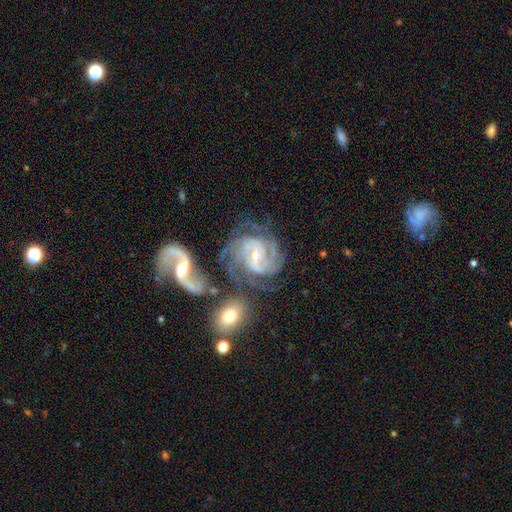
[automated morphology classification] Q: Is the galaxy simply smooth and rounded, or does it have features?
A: featured or disk — 91%.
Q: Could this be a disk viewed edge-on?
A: no — 97%.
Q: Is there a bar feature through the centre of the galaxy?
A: weak — 44%.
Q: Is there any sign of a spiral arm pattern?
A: yes — 98%.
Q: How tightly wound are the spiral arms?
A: medium — 45%.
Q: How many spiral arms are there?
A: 2 — 32%.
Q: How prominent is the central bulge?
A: small — 59%.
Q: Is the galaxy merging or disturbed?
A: none — 53%.